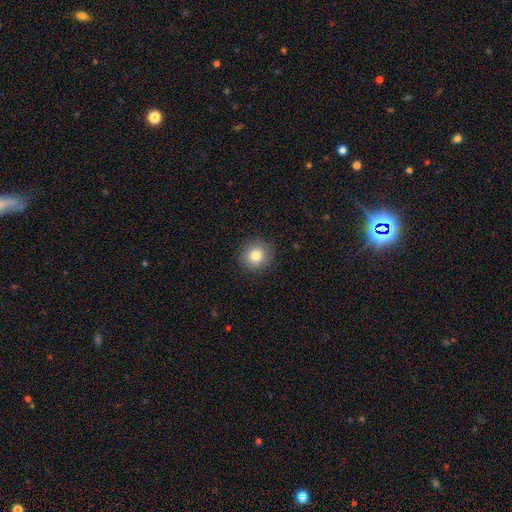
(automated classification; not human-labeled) smooth_or_featured: smooth (p=0.82) [alt: star or artifact p=0.10]
how_rounded: round (p=0.87) [alt: in between p=0.12]
merging: none (p=0.90) [alt: minor disturbance p=0.07]